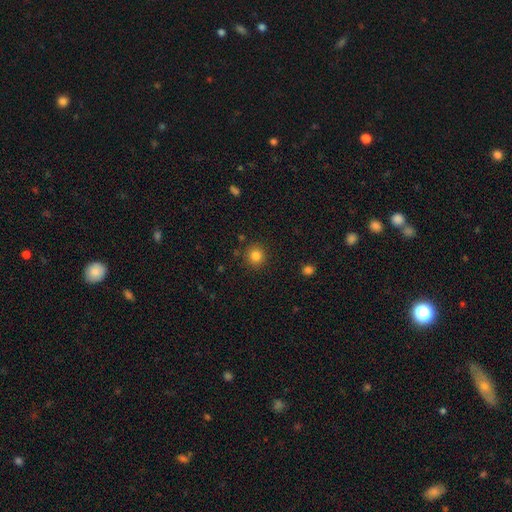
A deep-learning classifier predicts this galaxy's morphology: Smooth or featured?
  - smooth: 83% *
  - star or artifact: 12%
  - featured or disk: 5%
How rounded?
  - round: 92% *
  - in between: 7%
  - cigar-shaped: 1%
Merging?
  - none: 89% *
  - minor disturbance: 7%
  - major disturbance: 2%
  - merger: 2%